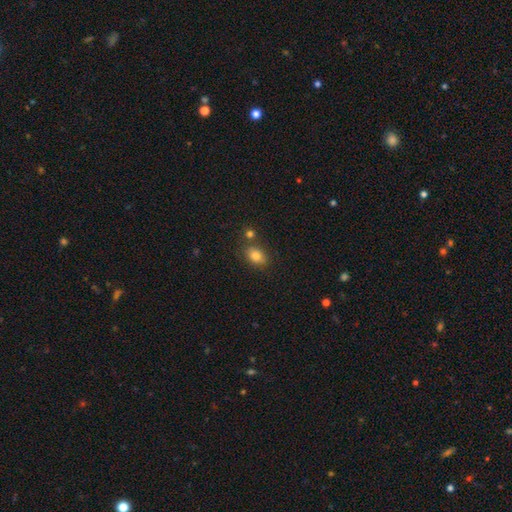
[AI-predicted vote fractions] Overall: smooth (82%). How rounded: in between (74%). Merging: none (71%).